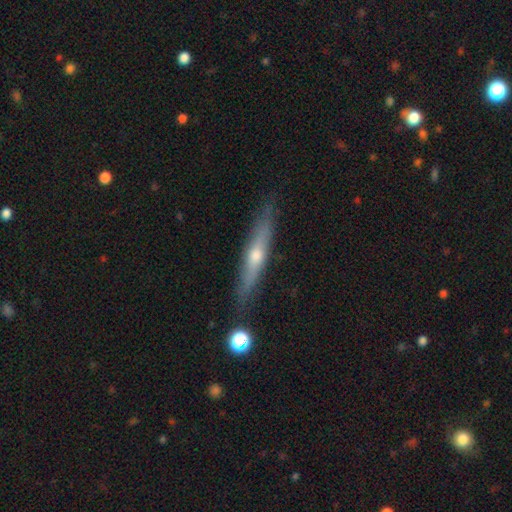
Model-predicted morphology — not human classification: Overall: featured or disk (57%; smooth 36%). Edge-on disk: yes (90%). Edge-on bulge: rounded (84%). Merging: none (84%).